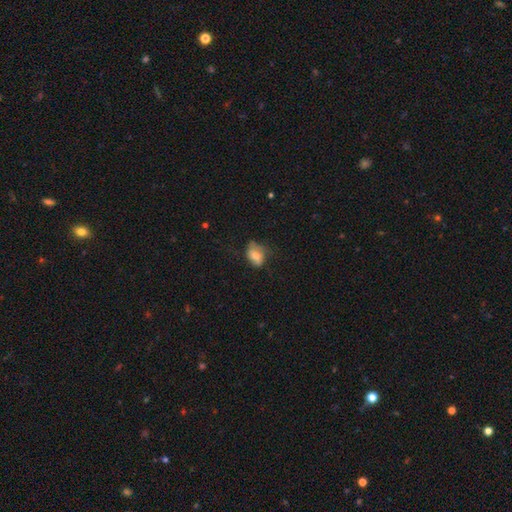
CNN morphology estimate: A smooth galaxy with no disk features (69%) that is in between round and cigar-shaped (75%).

Vote fractions:
- Smooth or featured? smooth: 69% / featured or disk: 22% / star or artifact: 9%
- How rounded? in between: 75% / round: 23% / cigar-shaped: 1%
- Merging? none: 49% / minor disturbance: 33% / major disturbance: 16% / merger: 2%